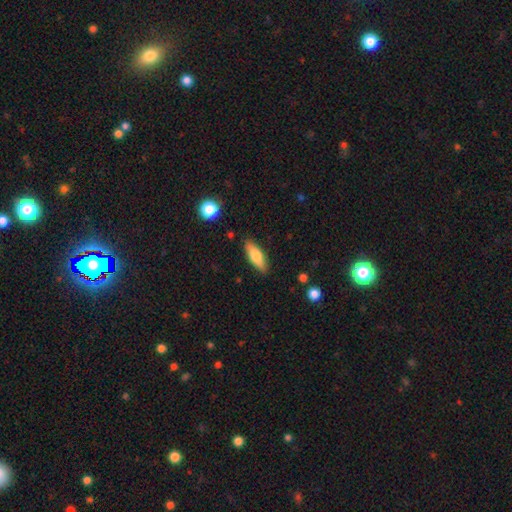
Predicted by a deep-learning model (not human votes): Morphology: type=smooth (73%); roundness=in between (60%); merging=none (85%).